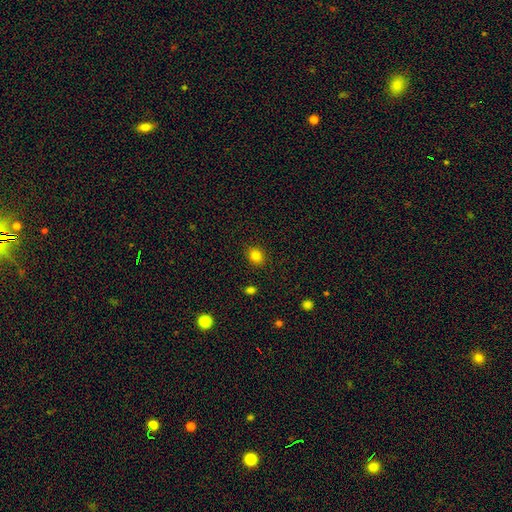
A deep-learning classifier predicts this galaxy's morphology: Smooth or featured? smooth (82%)
How rounded? round (65%)
Merging? none (88%)